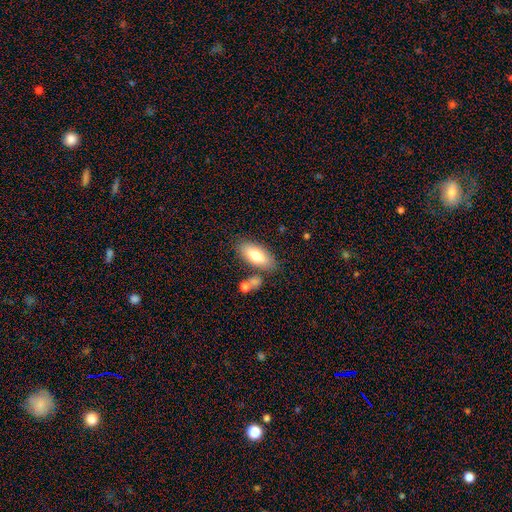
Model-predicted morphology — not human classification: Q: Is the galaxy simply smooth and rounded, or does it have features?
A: smooth — 76%.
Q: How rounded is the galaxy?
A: in between — 83%.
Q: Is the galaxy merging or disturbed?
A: none — 74%.